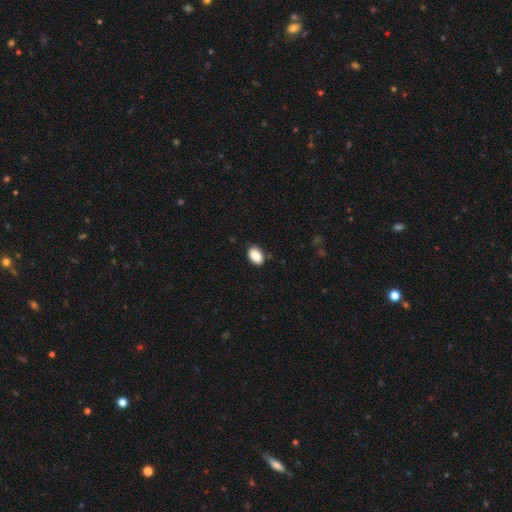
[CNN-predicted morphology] Q: Smooth or featured?
A: smooth (89%); runner-up: star or artifact (7%)
Q: How rounded?
A: in between (88%); runner-up: round (11%)
Q: Merging?
A: none (81%); runner-up: minor disturbance (15%)